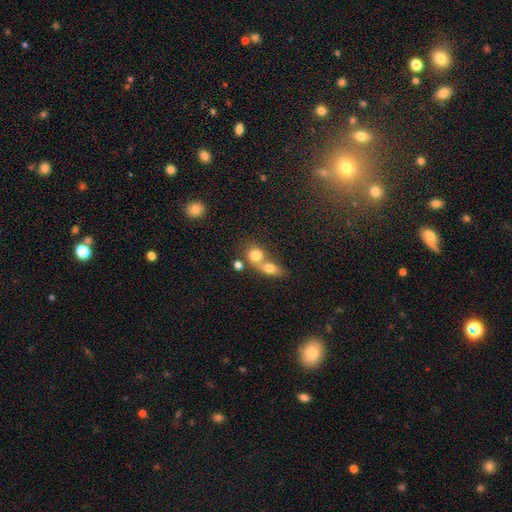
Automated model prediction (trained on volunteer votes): Overall: smooth (77%). How rounded: round (68%; in between 30%). Merging: merger (62%; none 29%).